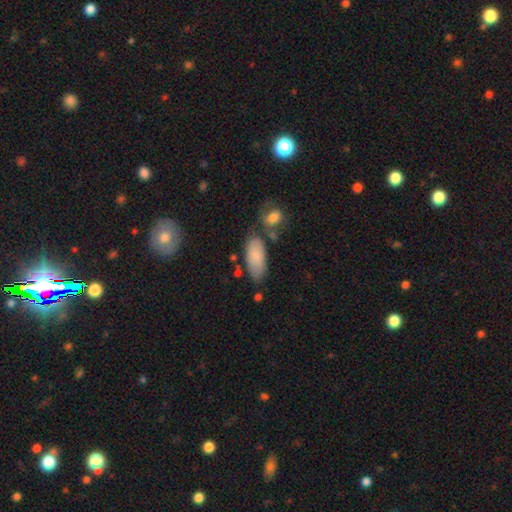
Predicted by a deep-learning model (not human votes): A smooth galaxy with no disk features (80%) that is in between round and cigar-shaped (89%).

Vote fractions:
- Smooth or featured? smooth: 80% / featured or disk: 13% / star or artifact: 7%
- How rounded? in between: 89% / cigar-shaped: 9% / round: 2%
- Merging? none: 62% / minor disturbance: 20% / merger: 12% / major disturbance: 6%